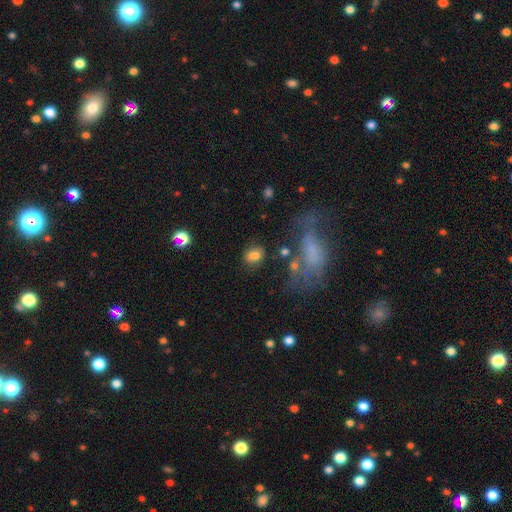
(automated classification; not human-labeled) smooth 78%, featured or disk 12%, star or artifact 10%. Down the decision tree: how rounded — in between (56%); merging — none (76%).